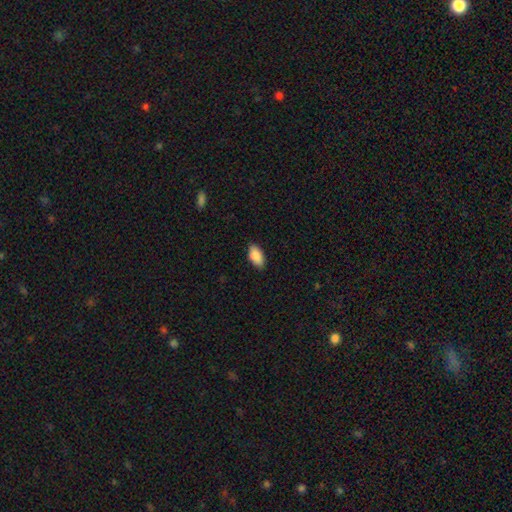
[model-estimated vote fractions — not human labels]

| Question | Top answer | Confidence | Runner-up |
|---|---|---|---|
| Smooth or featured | smooth | 89% | star or artifact (7%) |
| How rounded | in between | 93% | cigar-shaped (4%) |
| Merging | none | 83% | minor disturbance (13%) |